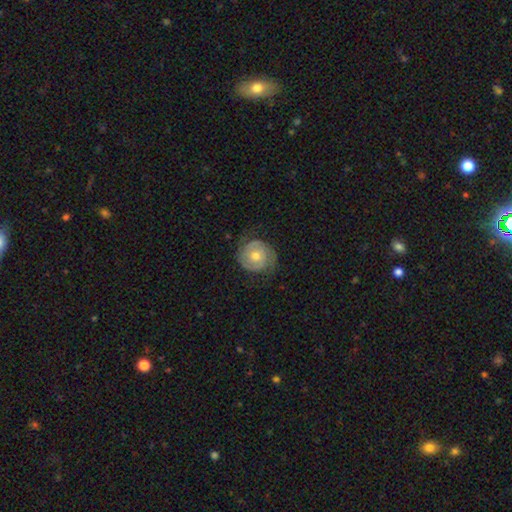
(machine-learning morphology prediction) Smooth or featured? featured or disk (71%)
Edge-on disk? no (98%)
Bar? no (73%)
Spiral arms? yes (90%)
Spiral winding? tight (59%)
Spiral arm count? 2 (71%)
Bulge size? moderate (65%)
Merging? none (70%)